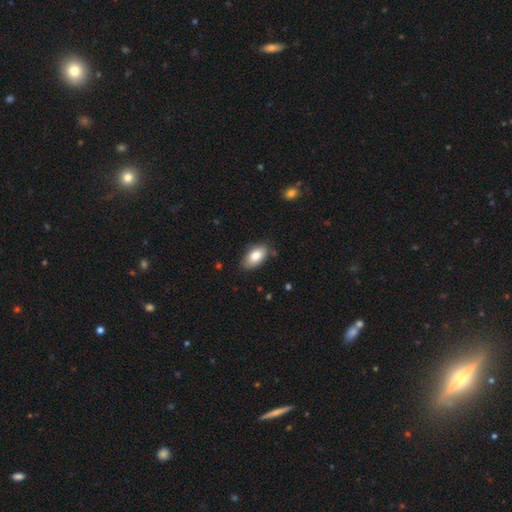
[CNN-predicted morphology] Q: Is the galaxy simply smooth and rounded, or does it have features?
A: smooth — 80%.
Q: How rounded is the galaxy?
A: in between — 93%.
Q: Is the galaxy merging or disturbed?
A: none — 80%.